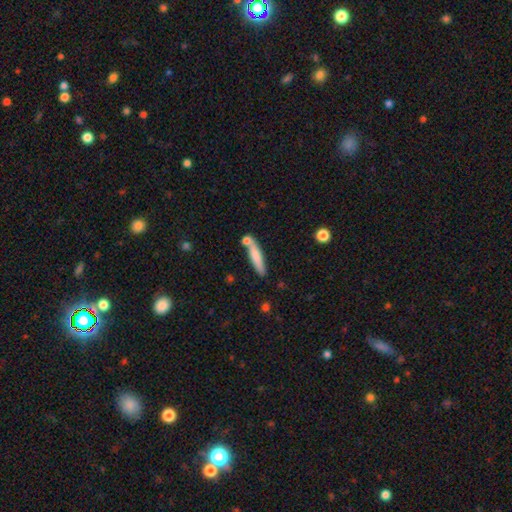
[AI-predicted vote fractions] Smooth or featured? Predicted: smooth (p=0.71). How rounded? Predicted: cigar-shaped (p=0.87). Merging? Predicted: none (p=0.64).